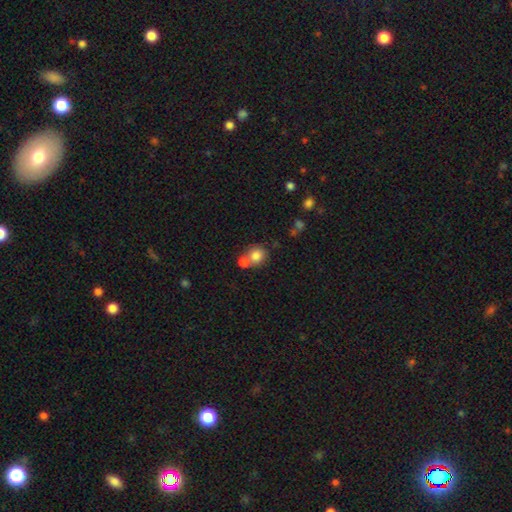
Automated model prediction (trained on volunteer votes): A smooth galaxy with no disk features (80%) that is round (83%).

Vote fractions:
- Smooth or featured? smooth: 80% / featured or disk: 10% / star or artifact: 9%
- How rounded? round: 83% / in between: 16% / cigar-shaped: 1%
- Merging? none: 48% / merger: 40% / minor disturbance: 9% / major disturbance: 3%